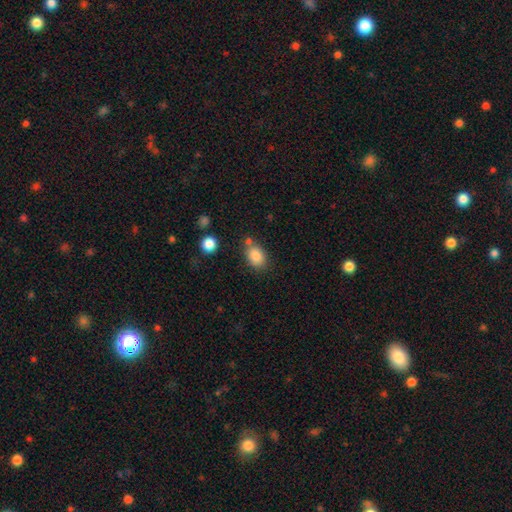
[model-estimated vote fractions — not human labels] The model was most divided on "how rounded": in between: 66%, round: 33%, cigar-shaped: 1%. More confident: smooth or featured — smooth (85%); merging — none (67%).